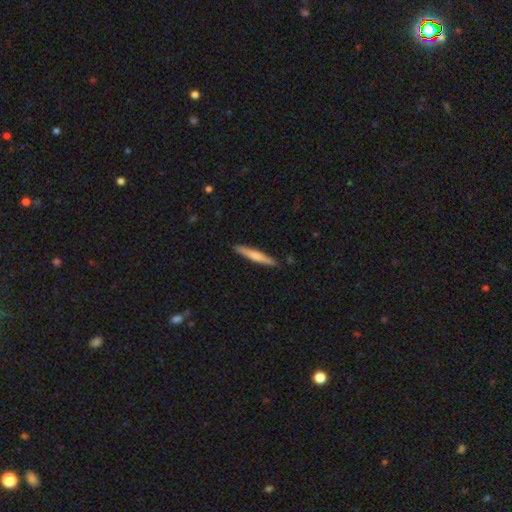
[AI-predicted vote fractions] Q: Smooth or featured?
A: smooth (55%); runner-up: featured or disk (40%)
Q: How rounded?
A: cigar-shaped (95%); runner-up: in between (4%)
Q: Merging?
A: none (90%); runner-up: minor disturbance (7%)